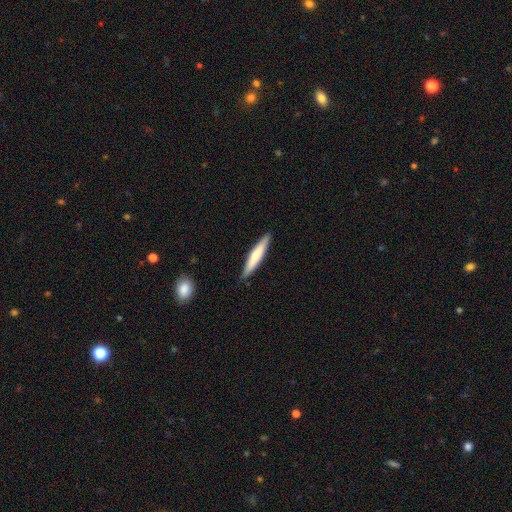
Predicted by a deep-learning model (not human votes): Smooth or featured? smooth (68%)
How rounded? cigar-shaped (89%)
Merging? none (87%)